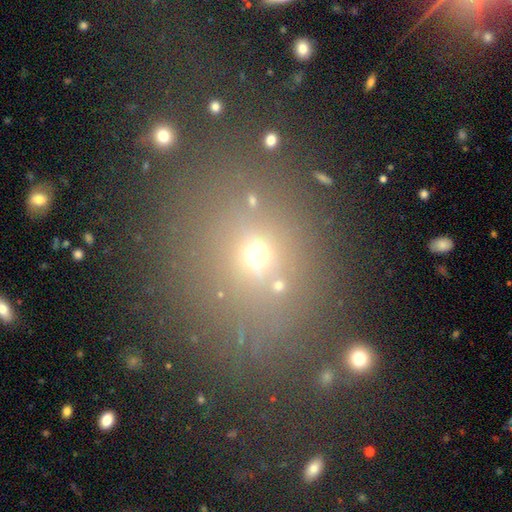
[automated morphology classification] smooth 60%, star or artifact 28%, featured or disk 13%. Down the decision tree: how rounded — round (57%); merging — none (75%).